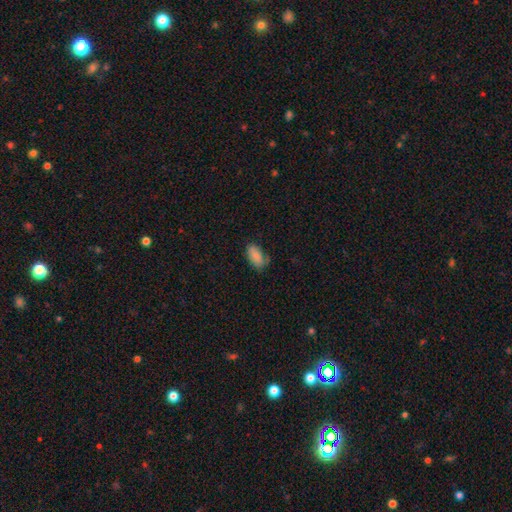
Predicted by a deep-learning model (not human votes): Smooth or featured? smooth (86%)
How rounded? in between (93%)
Merging? none (64%)